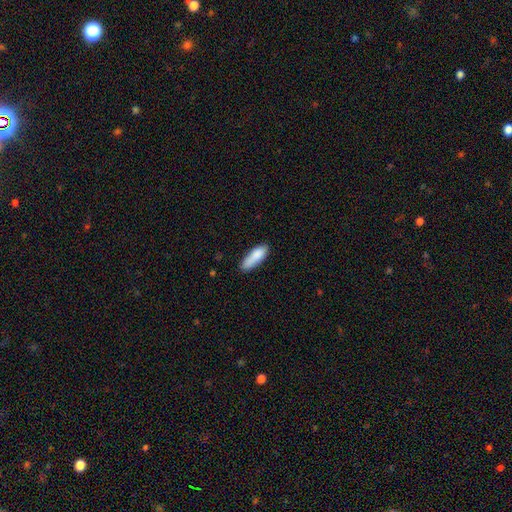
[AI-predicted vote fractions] The model was most divided on "how rounded": in between: 51%, cigar-shaped: 48%, round: 2%. More confident: smooth or featured — smooth (84%); merging — none (67%).